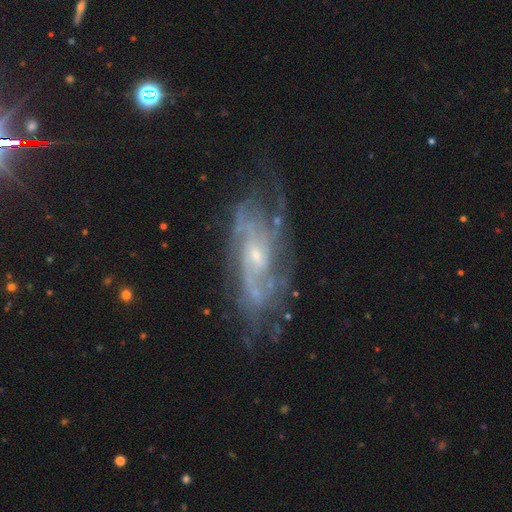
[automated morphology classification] This appears to be a featured or disk galaxy (84%) with no bar (63%), tight (46%) spiral arms (91%) and a small central bulge (68%). Merging: none (69%).